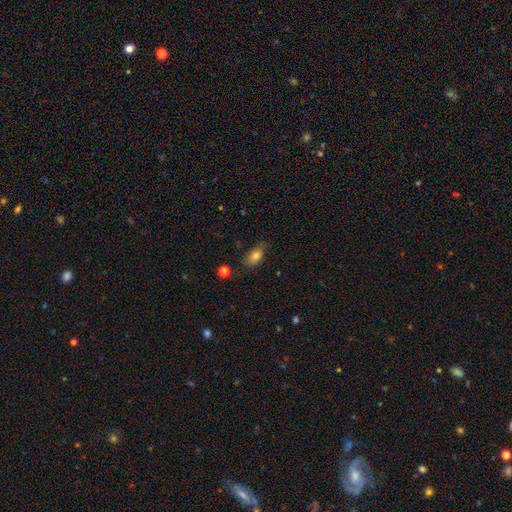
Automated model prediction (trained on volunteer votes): Overall: smooth (79%). How rounded: in between (85%). Merging: none (71%).